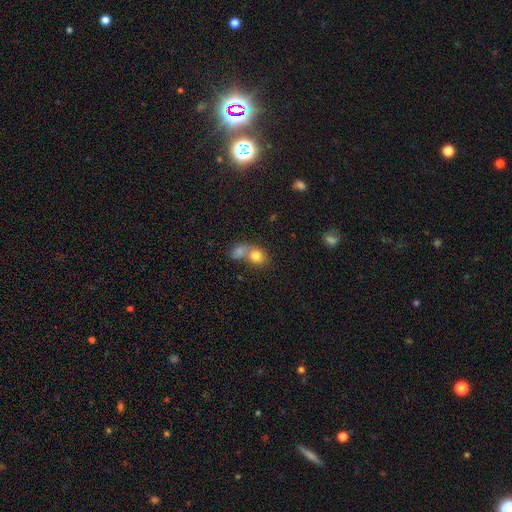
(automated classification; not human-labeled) This is likely a smooth galaxy (78%). How rounded: possibly round (59%). Merging: likely merger (62%).